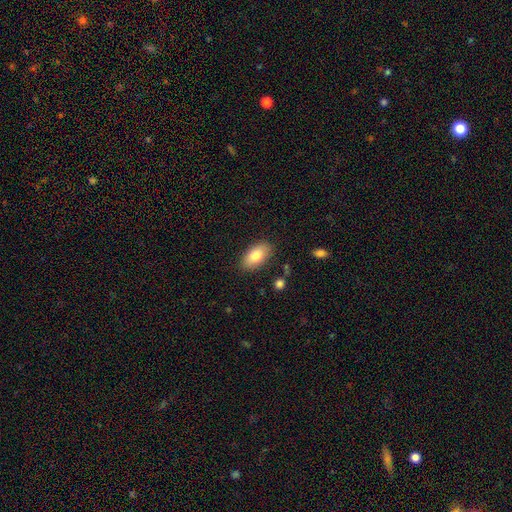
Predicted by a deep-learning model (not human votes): Smooth or featured? Predicted: smooth (p=0.80). How rounded? Predicted: in between (p=0.93). Merging? Predicted: none (p=0.85).